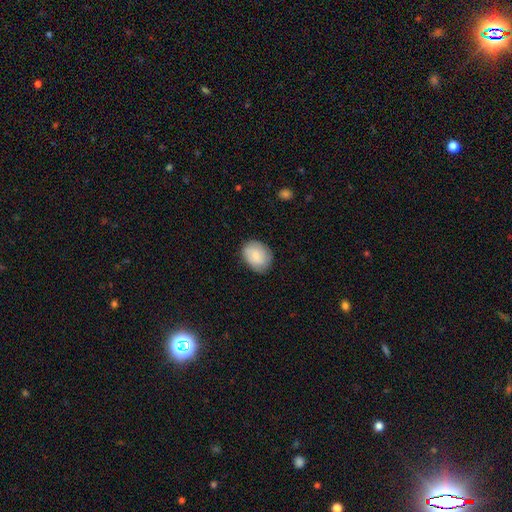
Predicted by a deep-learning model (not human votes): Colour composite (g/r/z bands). It shows a smooth galaxy with no disk features (81%) that is in between round and cigar-shaped (59%). Merging: none (78%).